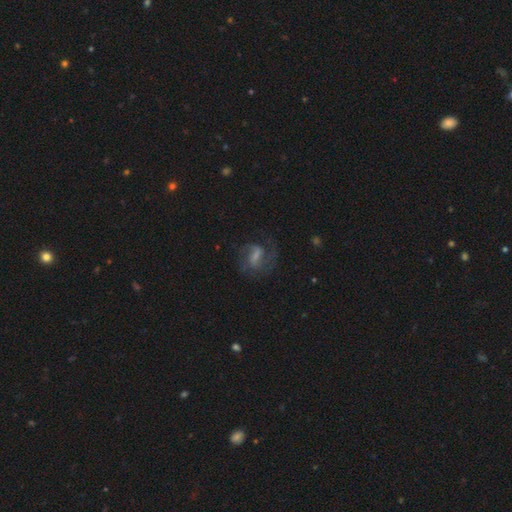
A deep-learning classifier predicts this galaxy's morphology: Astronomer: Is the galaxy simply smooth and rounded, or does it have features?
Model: featured or disk — 69%.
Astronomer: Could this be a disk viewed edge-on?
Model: no — 95%.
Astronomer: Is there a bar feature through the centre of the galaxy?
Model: weak — 46% (runner-up: strong, 35%).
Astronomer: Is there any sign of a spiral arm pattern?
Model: yes — 91%.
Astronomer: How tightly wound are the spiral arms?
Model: medium — 52%.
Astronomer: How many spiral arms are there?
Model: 2 — 70%.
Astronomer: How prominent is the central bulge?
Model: small — 30% (runner-up: none, 29%).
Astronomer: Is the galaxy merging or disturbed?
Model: none — 67%.